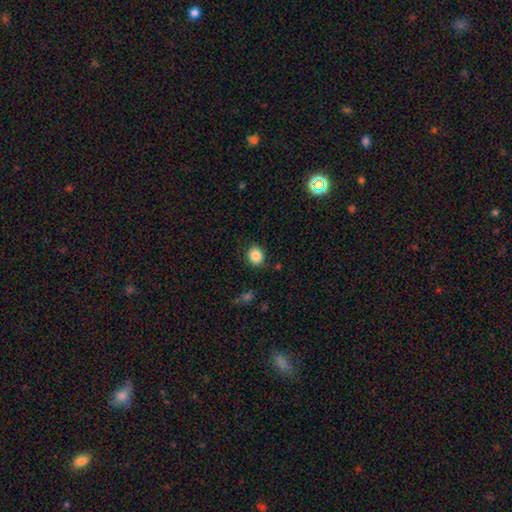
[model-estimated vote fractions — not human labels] Smooth or featured? smooth (86%)
How rounded? round (76%)
Merging? none (86%)